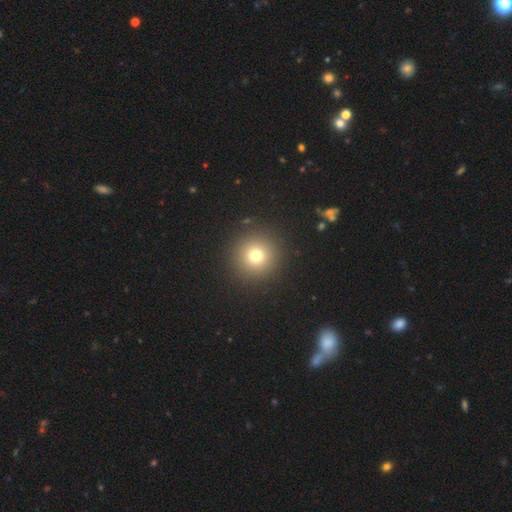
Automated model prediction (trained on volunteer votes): A smooth galaxy with no disk features (74%) that is round (96%). Merging: none (92%).